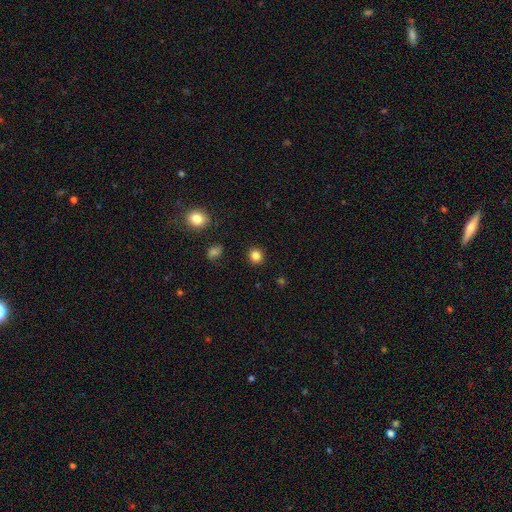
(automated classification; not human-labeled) Smooth or featured? Predicted: smooth (p=0.84). How rounded? Predicted: round (p=0.88). Merging? Predicted: none (p=0.91).